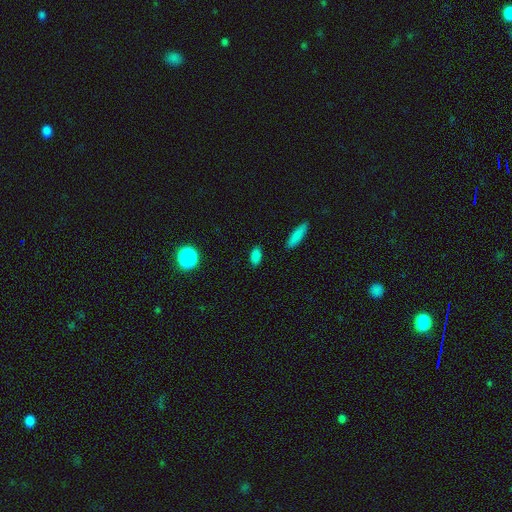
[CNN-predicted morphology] The model was most divided on "smooth or featured": smooth: 84%, star or artifact: 11%, featured or disk: 5%. More confident: how rounded — in between (88%); merging — none (87%).